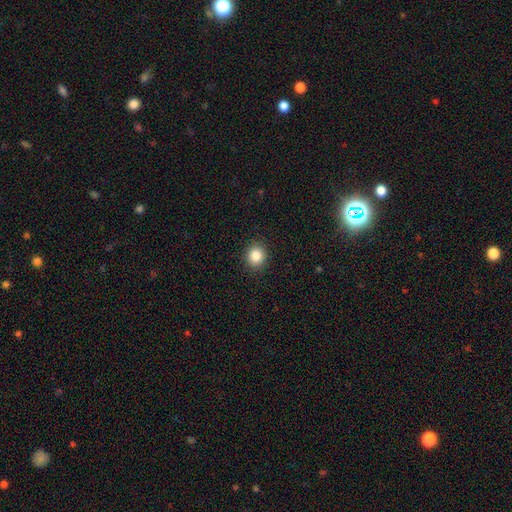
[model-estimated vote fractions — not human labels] Q: Smooth or featured?
A: smooth (86%); runner-up: star or artifact (10%)
Q: How rounded?
A: round (84%); runner-up: in between (16%)
Q: Merging?
A: none (91%); runner-up: minor disturbance (6%)